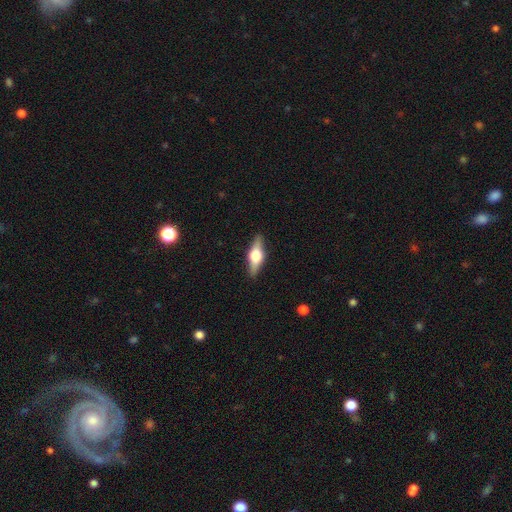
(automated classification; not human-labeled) smooth_or_featured: featured or disk (p=0.62) [alt: smooth p=0.32]
disk_edge_on: yes (p=0.95) [alt: no p=0.05]
edge_on_bulge: rounded (p=0.94) [alt: boxy p=0.05]
merging: none (p=0.89) [alt: minor disturbance p=0.08]